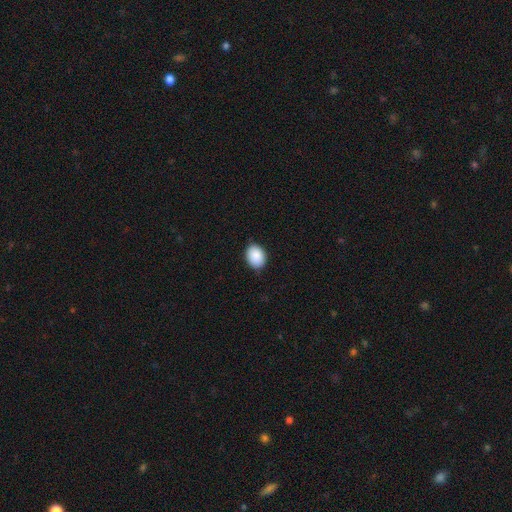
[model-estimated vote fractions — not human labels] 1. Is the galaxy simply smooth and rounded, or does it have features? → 90% smooth, 7% star or artifact, 3% featured or disk.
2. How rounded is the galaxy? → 66% in between, 33% round, 1% cigar-shaped.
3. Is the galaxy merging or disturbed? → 84% none, 13% minor disturbance, 2% major disturbance, 1% merger.